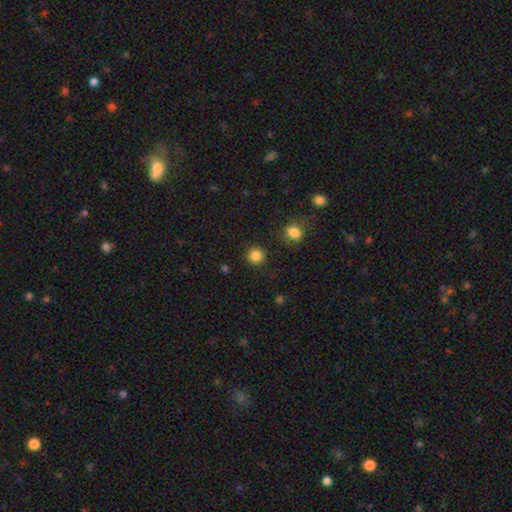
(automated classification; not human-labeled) Smooth or featured: smooth — 85% (star or artifact — 12%)
How rounded: round — 94% (in between — 5%)
Merging: none — 90% (minor disturbance — 6%)